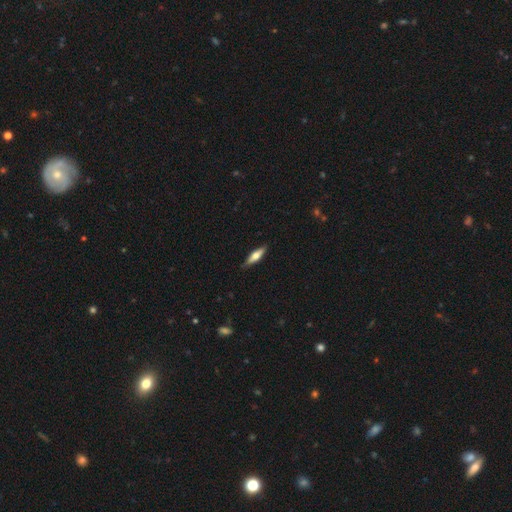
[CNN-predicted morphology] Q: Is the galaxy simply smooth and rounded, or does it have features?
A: smooth — 49%.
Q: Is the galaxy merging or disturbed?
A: none — 87%.